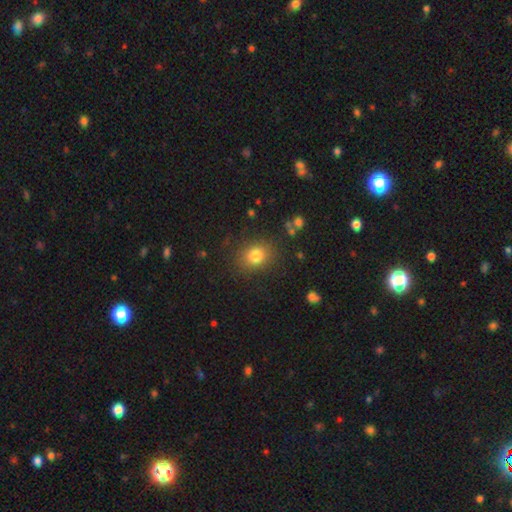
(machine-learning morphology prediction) Smooth or featured? Predicted: smooth (p=0.81). How rounded? Predicted: round (p=0.64). Merging? Predicted: none (p=0.83).